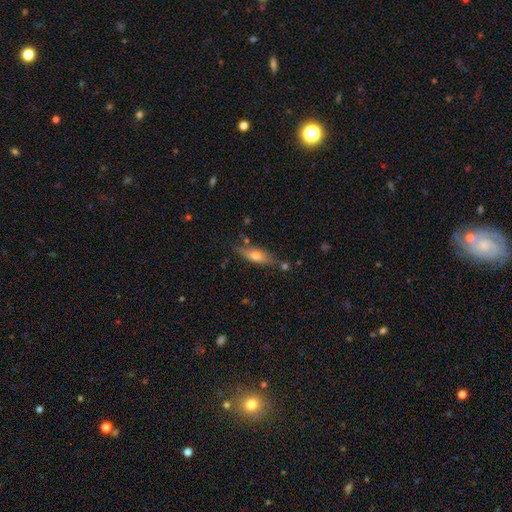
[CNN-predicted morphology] Overall: smooth (53%; featured or disk 39%). How rounded: cigar-shaped (53%; in between 44%). Merging: none (72%).